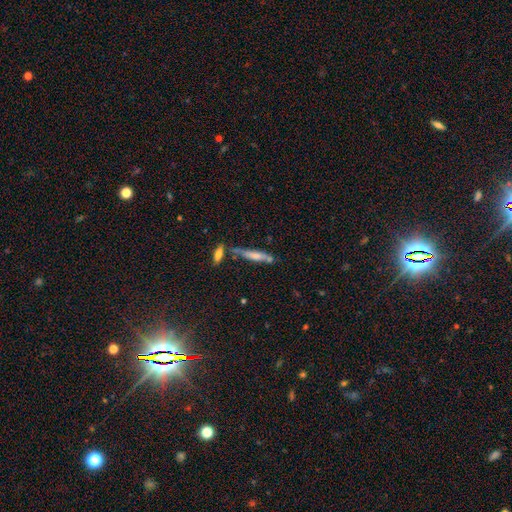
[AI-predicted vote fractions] Overall: smooth (60%; featured or disk 32%). How rounded: cigar-shaped (85%). Merging: none (59%).